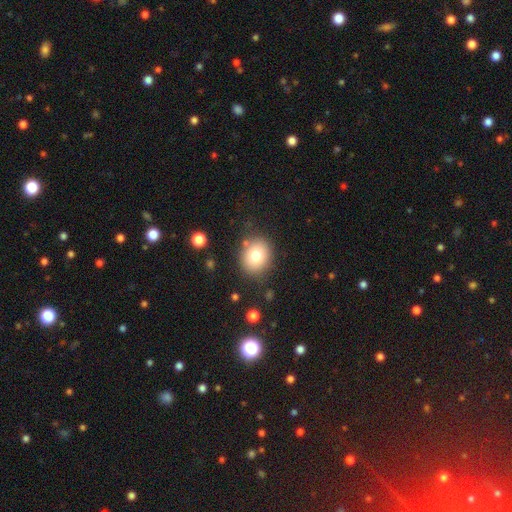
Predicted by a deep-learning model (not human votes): A smooth galaxy with no disk features (77%) that is round (68%). Merging: none (80%).